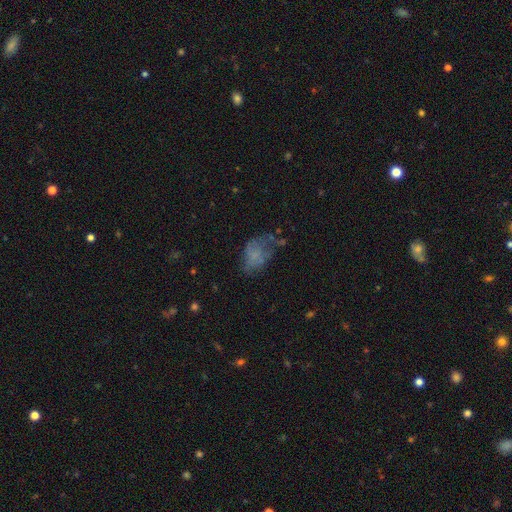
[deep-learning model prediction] smooth-or-featured: smooth: 50% | featured or disk: 35% | star or artifact: 15%
  merging: major disturbance: 35% | none: 33% | minor disturbance: 27% | merger: 5%